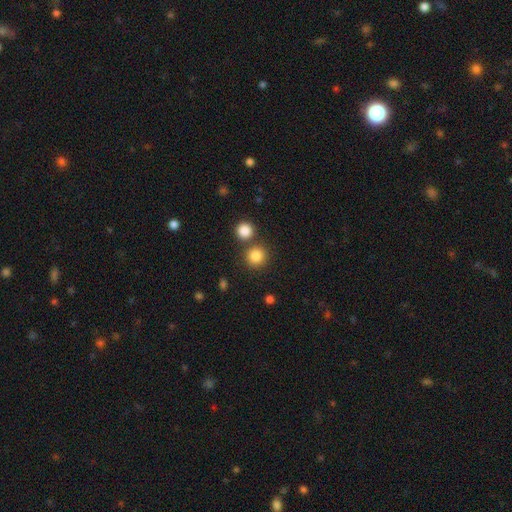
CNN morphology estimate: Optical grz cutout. It shows a smooth galaxy with no disk features (84%) that is round (92%). Merging: none (77%).